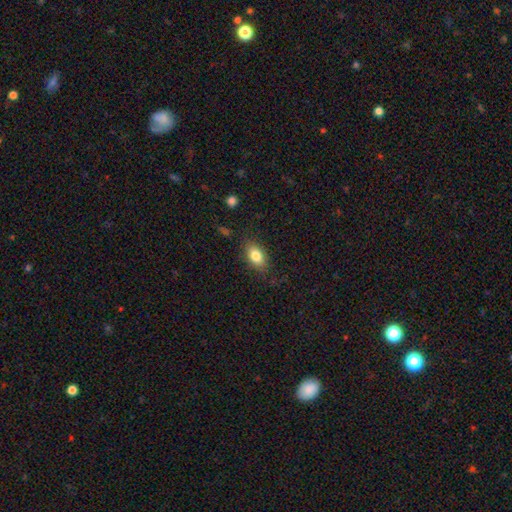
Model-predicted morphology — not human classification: Smooth or featured? Predicted: smooth (p=0.81). How rounded? Predicted: in between (p=0.87). Merging? Predicted: none (p=0.81).